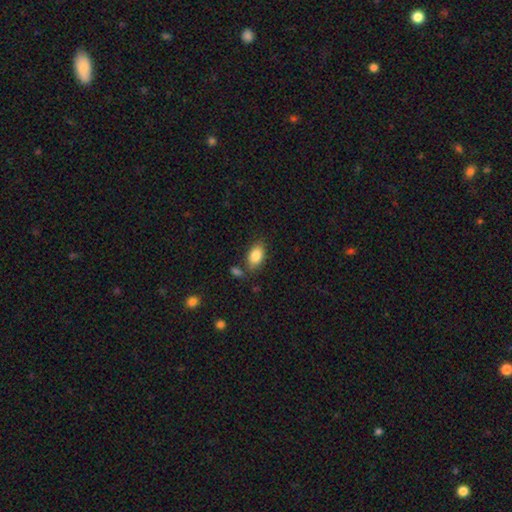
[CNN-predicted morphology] Smooth or featured? smooth (85%)
How rounded? in between (91%)
Merging? none (75%)